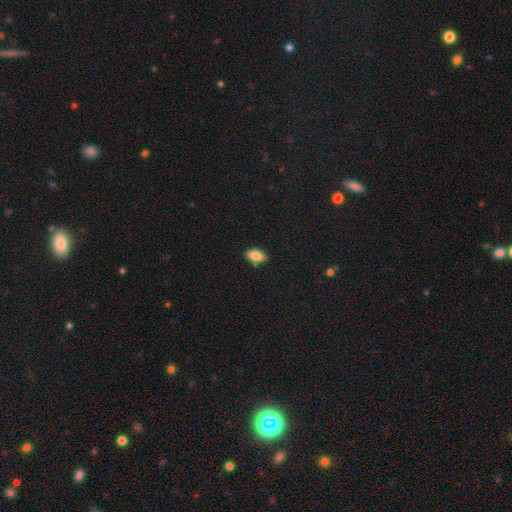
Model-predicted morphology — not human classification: Overall: smooth (83%). How rounded: in between (91%). Merging: none (83%).